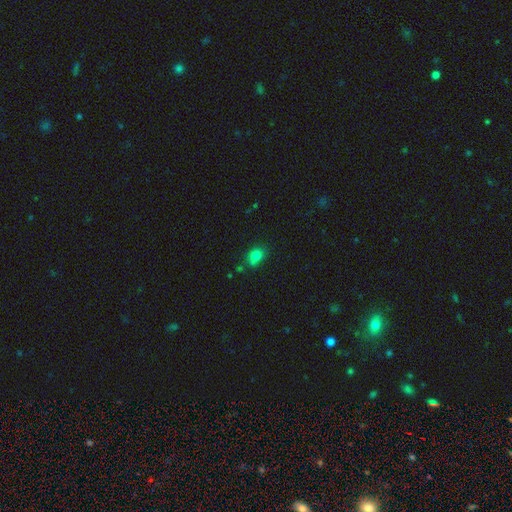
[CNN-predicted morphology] Smooth or featured?
  - smooth: 80% *
  - star or artifact: 13%
  - featured or disk: 7%
How rounded?
  - round: 53% *
  - in between: 46%
  - cigar-shaped: 1%
Merging?
  - none: 62% *
  - minor disturbance: 25%
  - merger: 8%
  - major disturbance: 6%